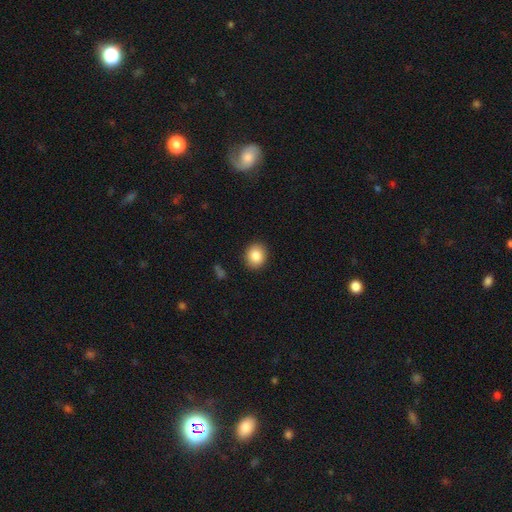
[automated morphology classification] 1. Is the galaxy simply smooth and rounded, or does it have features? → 85% smooth, 9% star or artifact, 6% featured or disk.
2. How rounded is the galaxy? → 69% round, 30% in between, 1% cigar-shaped.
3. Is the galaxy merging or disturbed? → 90% none, 7% minor disturbance, 2% major disturbance, 1% merger.